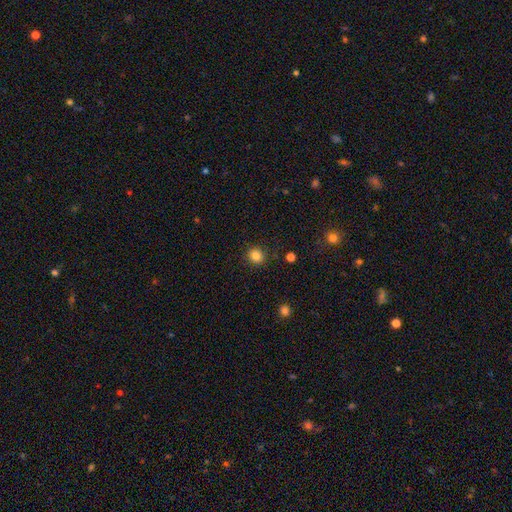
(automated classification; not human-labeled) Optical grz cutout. It shows a smooth galaxy with no disk features (84%) that is round (86%). Merging: none (89%).